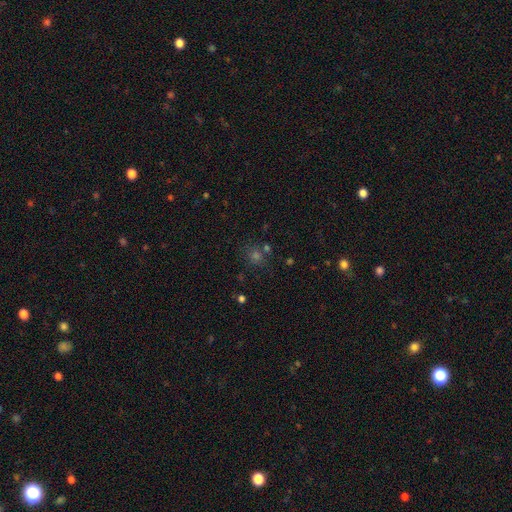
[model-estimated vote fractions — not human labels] Smooth or featured?
  - smooth: 50% *
  - star or artifact: 40%
  - featured or disk: 10%
How rounded?
  - round: 87% *
  - in between: 11%
  - cigar-shaped: 1%
Merging?
  - none: 74% *
  - merger: 12%
  - minor disturbance: 9%
  - major disturbance: 4%